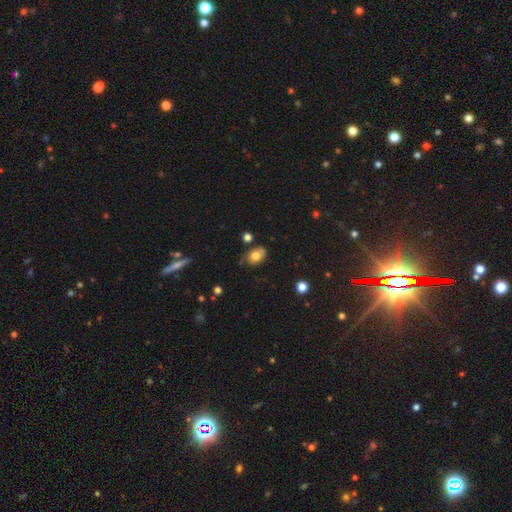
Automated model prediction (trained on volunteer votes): Q: Smooth or featured?
A: smooth (72%); runner-up: featured or disk (18%)
Q: How rounded?
A: in between (70%); runner-up: round (29%)
Q: Merging?
A: none (58%); runner-up: minor disturbance (27%)